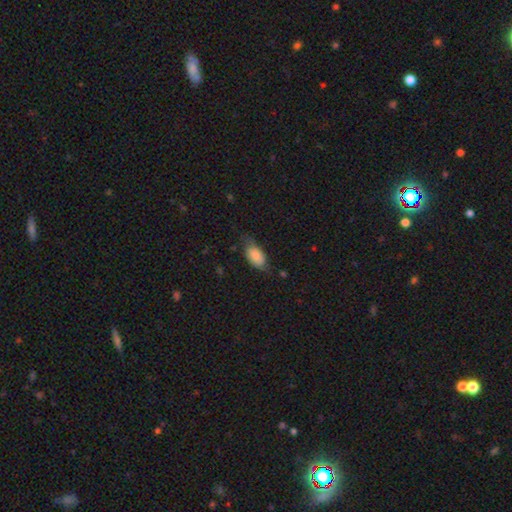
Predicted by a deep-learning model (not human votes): A smooth galaxy with no disk features (76%) that is in between round and cigar-shaped (92%).

Vote fractions:
- Smooth or featured? smooth: 76% / featured or disk: 17% / star or artifact: 7%
- How rounded? in between: 92% / round: 4% / cigar-shaped: 4%
- Merging? none: 52% / minor disturbance: 34% / major disturbance: 12% / merger: 2%